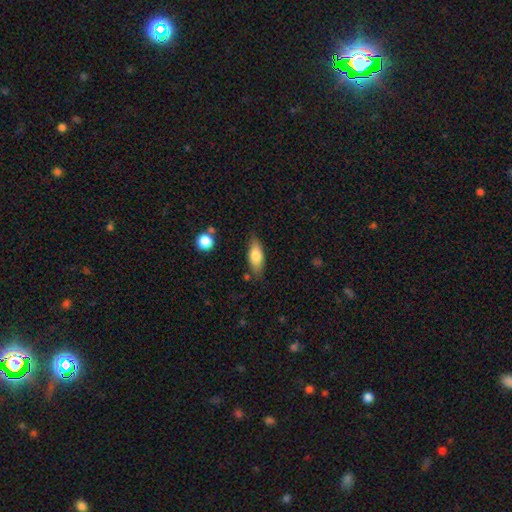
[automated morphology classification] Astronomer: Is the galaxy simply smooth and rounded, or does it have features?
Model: smooth — 75%.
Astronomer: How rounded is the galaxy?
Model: in between — 76%.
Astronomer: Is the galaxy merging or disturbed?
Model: none — 80%.